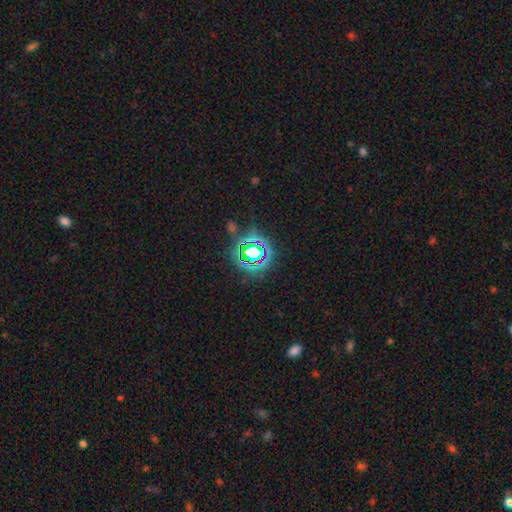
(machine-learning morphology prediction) Smooth or featured? star or artifact (70%)